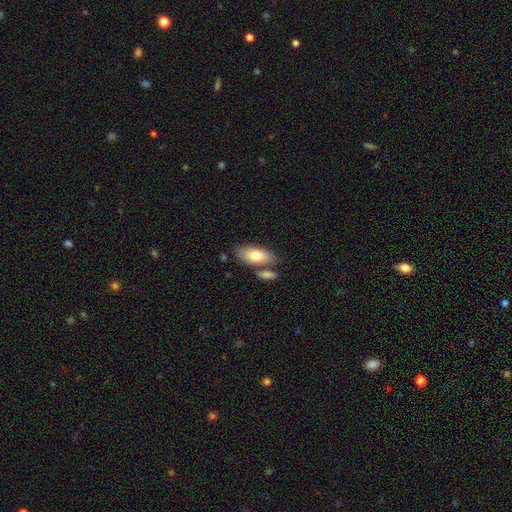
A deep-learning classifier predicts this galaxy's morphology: Overall: smooth (76%). How rounded: in between (87%). Merging: none (63%).